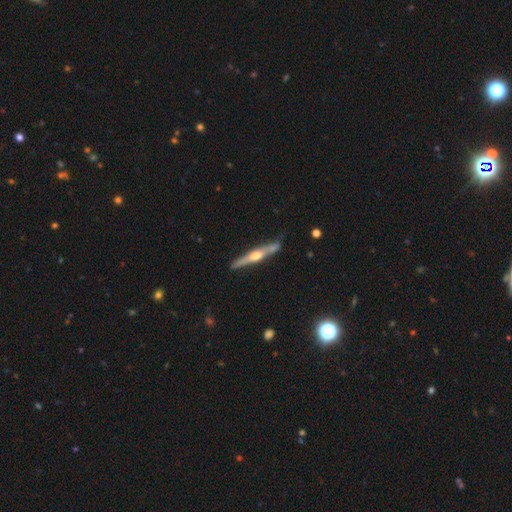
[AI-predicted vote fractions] smooth-or-featured: featured or disk: 69% | smooth: 26% | star or artifact: 5%
  disk-edge-on: yes: 96% | no: 4%
    edge-on-bulge: rounded: 89% | boxy: 6% | none: 5%
  merging: none: 80% | minor disturbance: 14% | merger: 3% | major disturbance: 3%